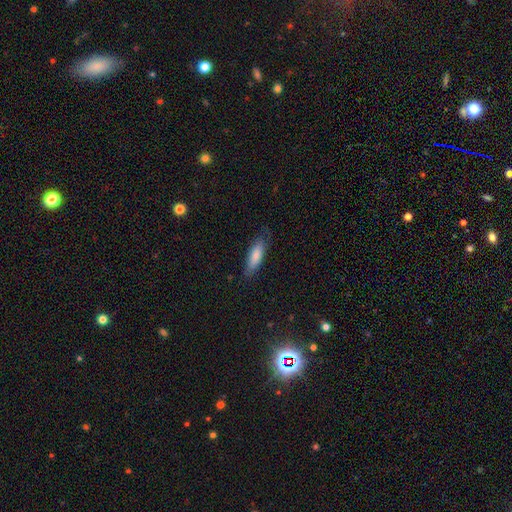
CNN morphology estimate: A smooth galaxy with no disk features (81%) that is in between round and cigar-shaped (53%).

Vote fractions:
- Smooth or featured? smooth: 81% / featured or disk: 14% / star or artifact: 6%
- How rounded? in between: 53% / cigar-shaped: 45% / round: 2%
- Merging? none: 74% / minor disturbance: 21% / major disturbance: 5% / merger: 1%